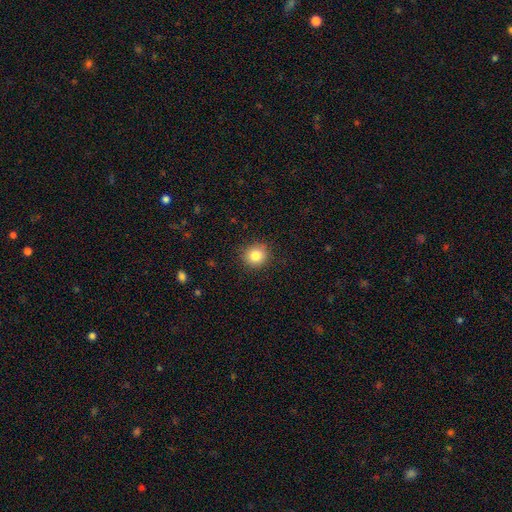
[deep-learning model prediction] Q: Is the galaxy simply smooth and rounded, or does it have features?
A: smooth — 84%.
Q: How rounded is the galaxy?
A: round — 88%.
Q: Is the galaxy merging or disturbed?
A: none — 89%.